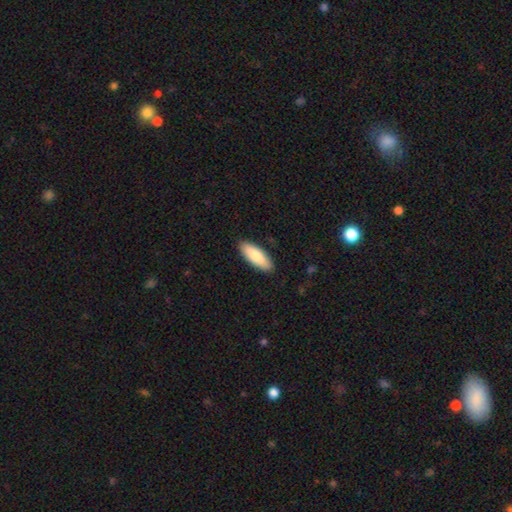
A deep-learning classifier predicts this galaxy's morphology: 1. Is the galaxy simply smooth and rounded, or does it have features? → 84% smooth, 11% featured or disk, 5% star or artifact.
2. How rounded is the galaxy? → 67% in between, 31% cigar-shaped, 2% round.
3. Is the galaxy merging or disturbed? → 89% none, 9% minor disturbance, 2% major disturbance, 1% merger.